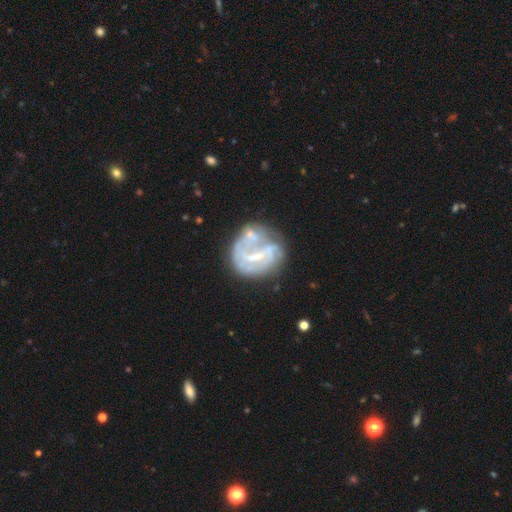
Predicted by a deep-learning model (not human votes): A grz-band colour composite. It shows a featured or disk galaxy (74%) with a weak bar (42%), spiral arms (63%) and a small central bulge (43%). Merging: none (39%).